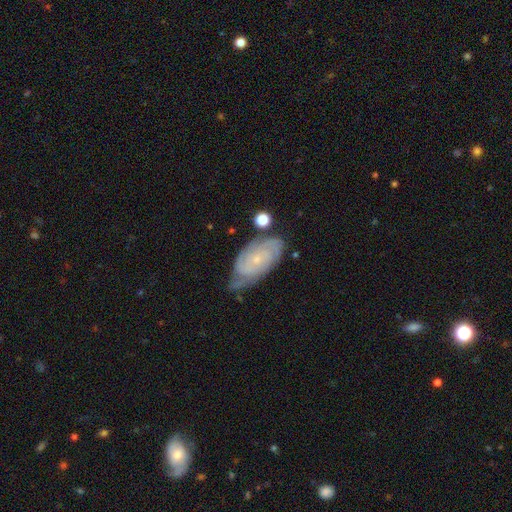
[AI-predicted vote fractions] smooth-or-featured: featured or disk: 63% | smooth: 24% | star or artifact: 13%
  disk-edge-on: no: 92% | yes: 8%
    bar: no: 72% | weak: 23% | strong: 5%
    has-spiral-arms: yes: 86% | no: 14%
      spiral-winding: tight: 67% | medium: 25% | loose: 8%
      spiral-arm-count: can't tell: 46% | 2: 30% | 3: 10% | 4: 5% | 1: 4% | more than 4: 4%
    bulge-size: small: 77% | moderate: 17% | none: 4% | large: 1% | dominant: 1%
  merging: none: 66% | minor disturbance: 22% | merger: 6% | major disturbance: 6%